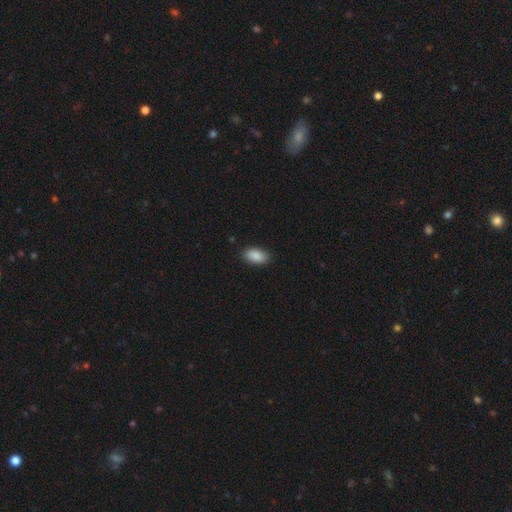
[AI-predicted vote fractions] Morphology: type=smooth (89%); roundness=in between (94%); merging=none (88%).